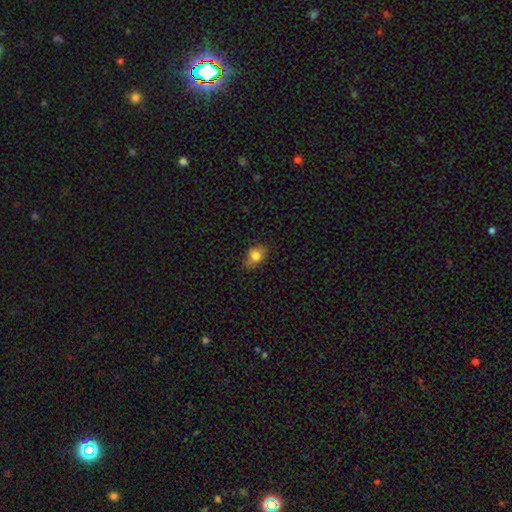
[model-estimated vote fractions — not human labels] A smooth galaxy with no disk features (79%) that is in between round and cigar-shaped (73%). Merging: none (77%).